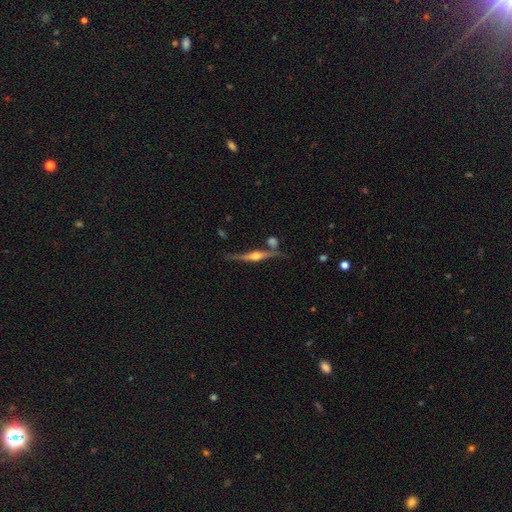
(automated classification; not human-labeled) The model was most divided on "merging": none: 75%, minor disturbance: 11%, merger: 11%, major disturbance: 3%. More confident: edge-on disk — yes (97%); edge-on bulge — rounded (95%); smooth or featured — featured or disk (83%).